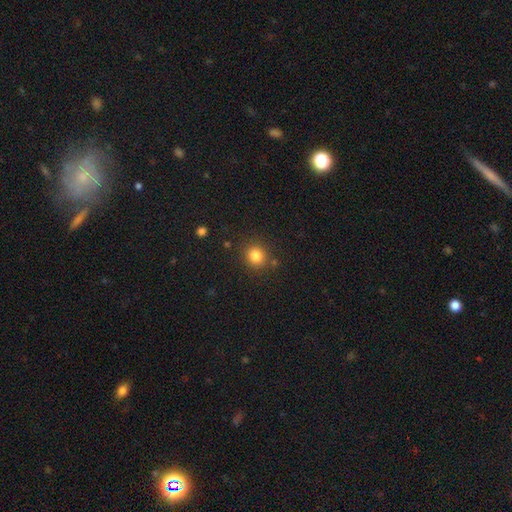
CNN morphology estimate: smooth-or-featured: smooth: 83% | star or artifact: 12% | featured or disk: 5%
  how-rounded: round: 85% | in between: 14% | cigar-shaped: 1%
  merging: none: 85% | minor disturbance: 9% | merger: 4% | major disturbance: 3%